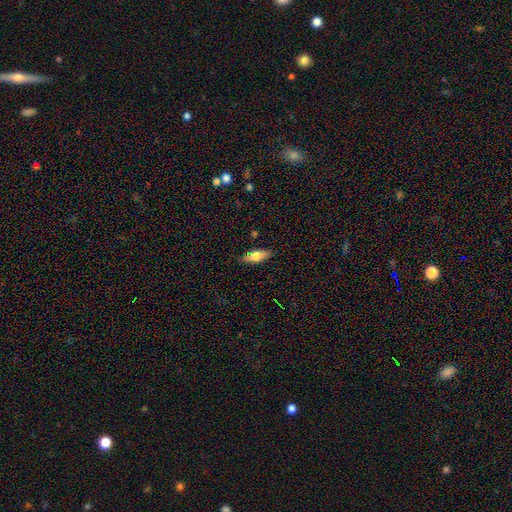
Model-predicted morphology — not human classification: smooth-or-featured: smooth: 66% | featured or disk: 26% | star or artifact: 8%
  how-rounded: in between: 69% | cigar-shaped: 28% | round: 3%
  merging: none: 84% | minor disturbance: 12% | major disturbance: 3% | merger: 1%